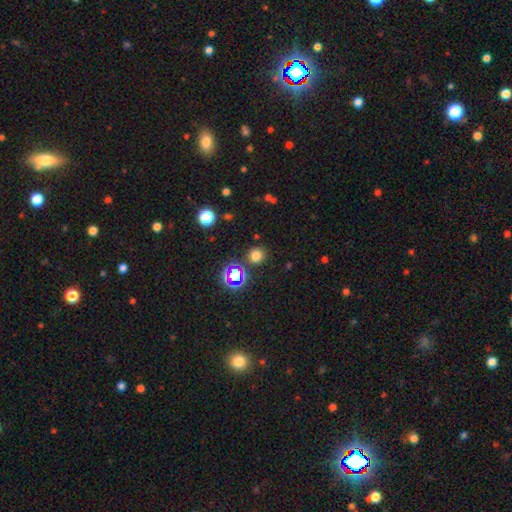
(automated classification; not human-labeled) smooth-or-featured: smooth: 70% | star or artifact: 24% | featured or disk: 6%
  how-rounded: round: 90% | in between: 9% | cigar-shaped: 1%
  merging: none: 85% | minor disturbance: 8% | merger: 4% | major disturbance: 3%